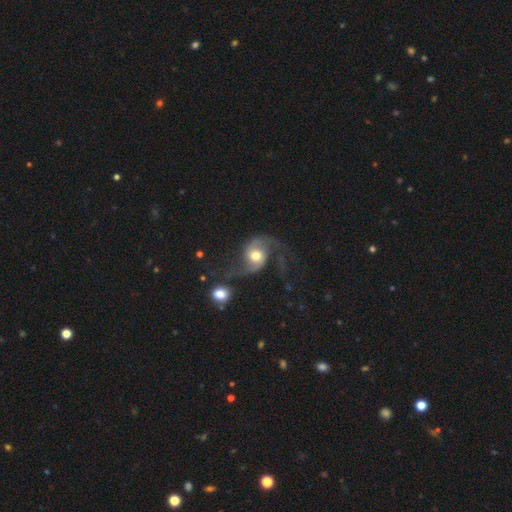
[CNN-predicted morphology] A featured or disk galaxy (82%) with no bar (65%), 2 (92%) loose (67%) spiral arms (95%) and a moderate central bulge (69%).

Vote fractions:
- Smooth or featured? featured or disk: 82% / smooth: 12% / star or artifact: 6%
- Edge-on disk? no: 97% / yes: 3%
- Bar? no: 65% / weak: 27% / strong: 8%
- Spiral arms? yes: 95% / no: 5%
- Spiral winding? loose: 67% / medium: 28% / tight: 5%
- Spiral arm count? 2: 92% / 1: 3% / can't tell: 2% / 3: 1% / 4: 1% / more than 4: 1%
- Bulge size? moderate: 69% / large: 15% / small: 12% / dominant: 2% / none: 1%
- Merging? none: 48% / major disturbance: 22% / minor disturbance: 17% / merger: 13%